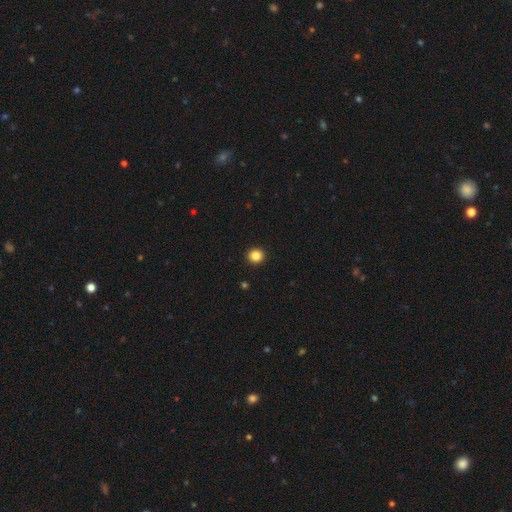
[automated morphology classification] smooth-or-featured: smooth: 86% | star or artifact: 11% | featured or disk: 4%
  how-rounded: round: 90% | in between: 9% | cigar-shaped: 1%
  merging: none: 93% | minor disturbance: 4% | major disturbance: 1% | merger: 1%